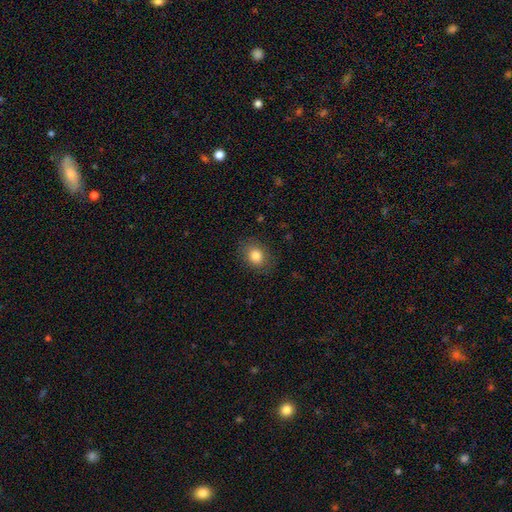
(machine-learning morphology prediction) smooth-or-featured: smooth: 83% | star or artifact: 10% | featured or disk: 8%
  how-rounded: in between: 52% | round: 47% | cigar-shaped: 1%
  merging: none: 83% | minor disturbance: 12% | major disturbance: 4% | merger: 1%